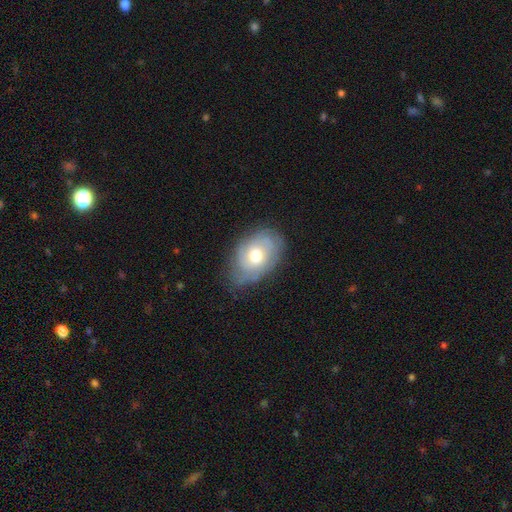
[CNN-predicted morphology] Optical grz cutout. It shows a featured or disk galaxy (52%). Merging: none (60%).